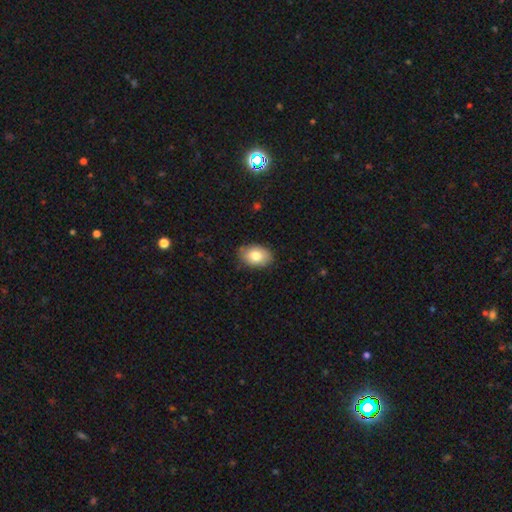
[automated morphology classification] type=smooth (79%); roundness=in between (85%); merging=none (83%).